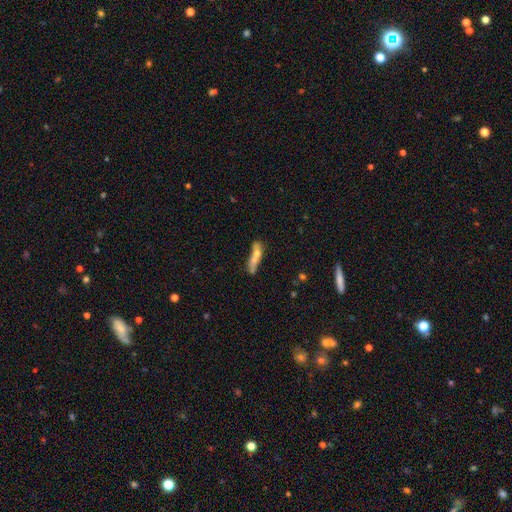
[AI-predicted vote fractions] smooth 54%, featured or disk 37%, star or artifact 9%. Down the decision tree: how rounded — cigar-shaped (58%); merging — merger (47%).